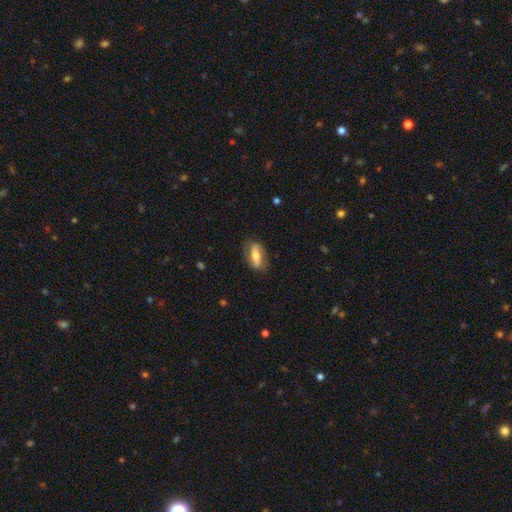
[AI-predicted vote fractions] featured or disk 49%, smooth 44%, star or artifact 7%. Down the decision tree: merging — none (75%).